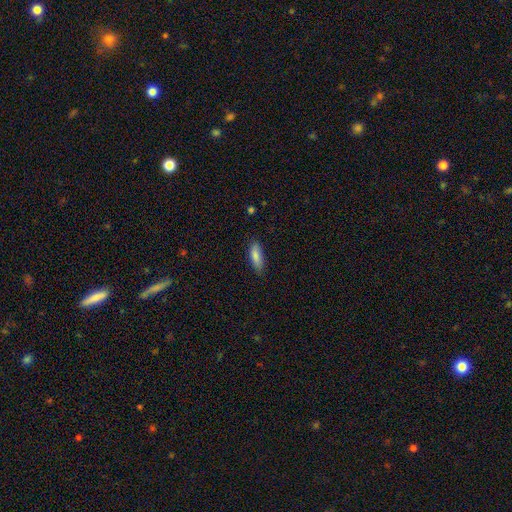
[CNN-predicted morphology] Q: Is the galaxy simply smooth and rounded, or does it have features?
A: smooth — 85%.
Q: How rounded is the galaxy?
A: in between — 62%.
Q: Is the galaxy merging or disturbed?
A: none — 81%.